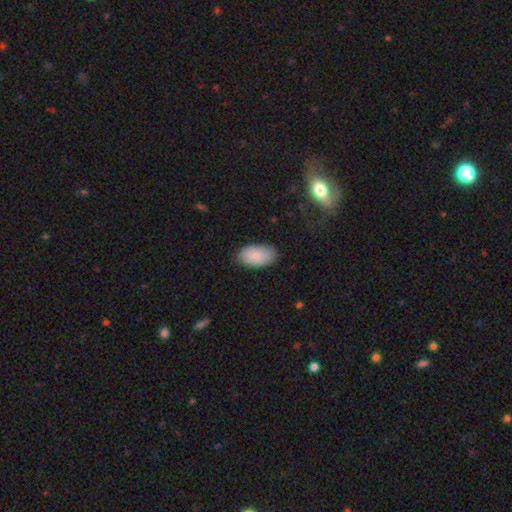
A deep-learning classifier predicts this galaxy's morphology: This appears to be a smooth galaxy with no disk features (83%) that is in between round and cigar-shaped (95%). Merging: none (81%).